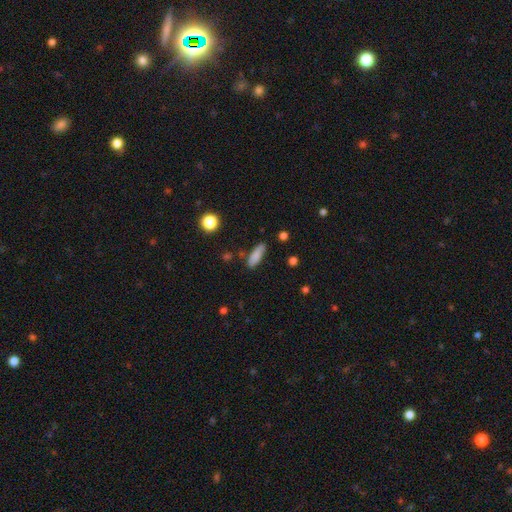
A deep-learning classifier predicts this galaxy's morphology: Smooth or featured? smooth (82%)
How rounded? in between (53%)
Merging? none (77%)